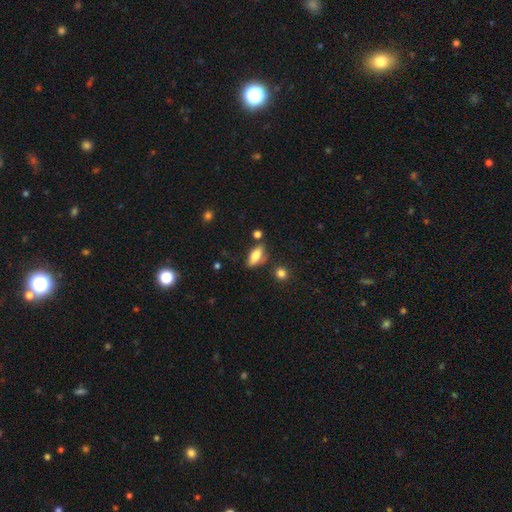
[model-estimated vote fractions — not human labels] Morphology: type=smooth (69%); roundness=in between (74%); merging=none (71%).